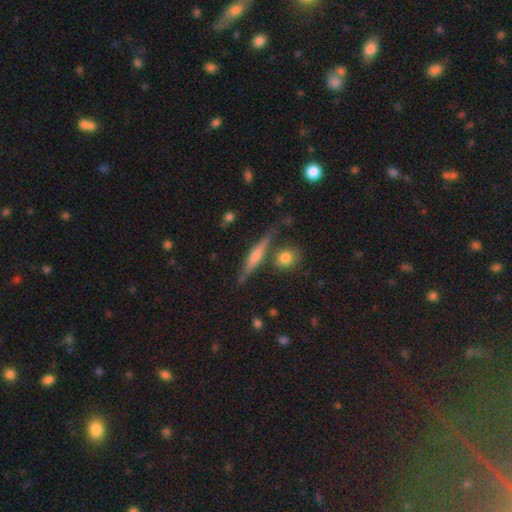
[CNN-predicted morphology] featured or disk 64%, smooth 27%, star or artifact 9%. Down the decision tree: edge-on disk — yes (96%); edge-on bulge — rounded (73%); merging — none (80%).